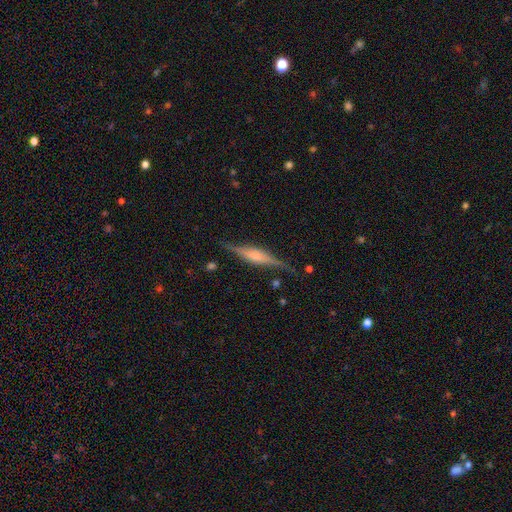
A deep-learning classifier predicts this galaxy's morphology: This is likely a featured or disk galaxy (73%). It is clearly viewed edge-on (97%). Edge-on bulge: possibly rounded (56%). Merging: clearly none (82%).